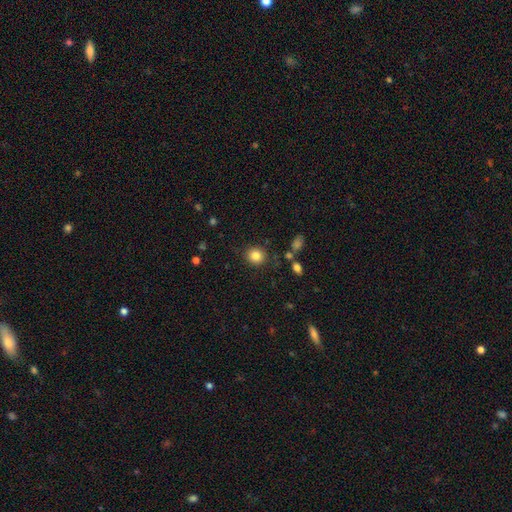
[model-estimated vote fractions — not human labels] Overall: smooth (84%). How rounded: round (86%). Merging: none (86%).